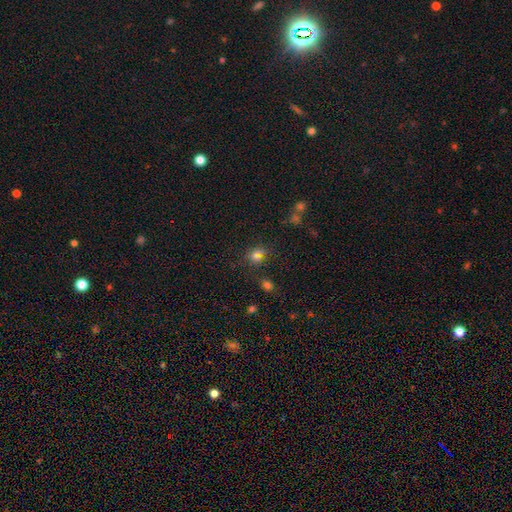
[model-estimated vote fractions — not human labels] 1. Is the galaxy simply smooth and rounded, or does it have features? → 60% smooth, 31% star or artifact, 9% featured or disk.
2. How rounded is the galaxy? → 61% round, 37% in between, 2% cigar-shaped.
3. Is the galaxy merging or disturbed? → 61% none, 18% merger, 14% minor disturbance, 7% major disturbance.